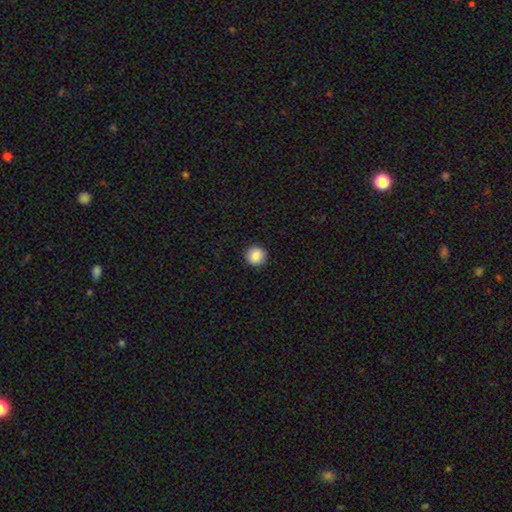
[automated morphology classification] Q: Smooth or featured?
A: smooth (88%); runner-up: star or artifact (8%)
Q: How rounded?
A: round (95%); runner-up: in between (4%)
Q: Merging?
A: none (93%); runner-up: minor disturbance (5%)